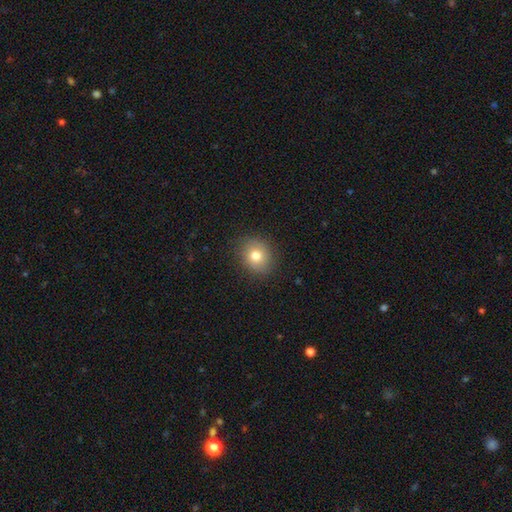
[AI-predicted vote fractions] This appears to be a smooth galaxy with no disk features (77%) that is round (73%). Merging: none (86%).